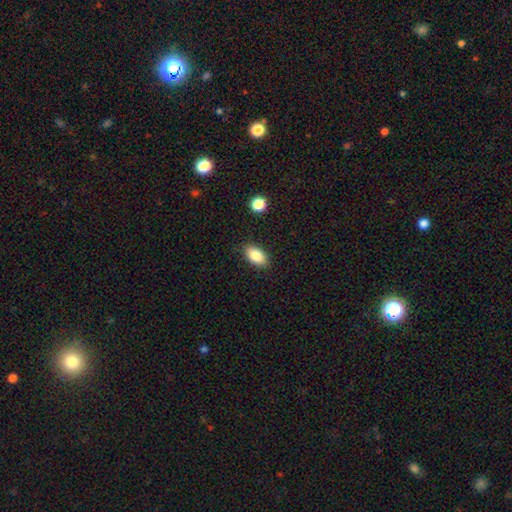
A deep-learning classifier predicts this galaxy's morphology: type=smooth (86%); roundness=in between (92%); merging=none (87%).